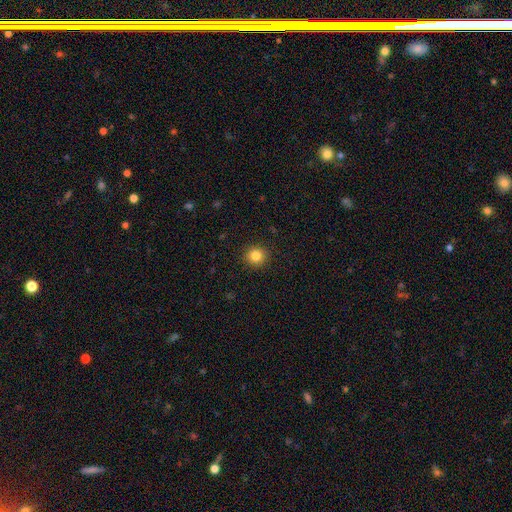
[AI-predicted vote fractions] Smooth or featured? smooth (84%)
How rounded? round (90%)
Merging? none (91%)